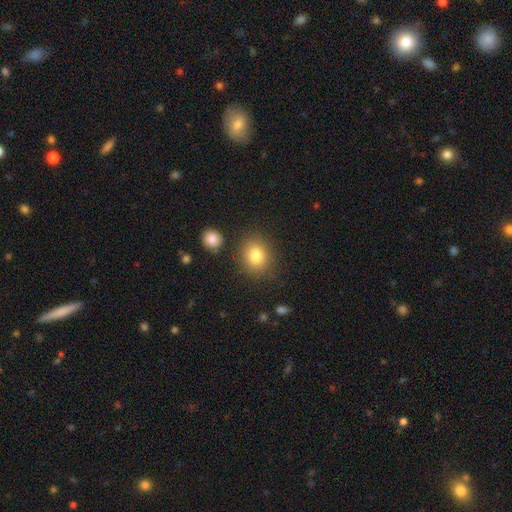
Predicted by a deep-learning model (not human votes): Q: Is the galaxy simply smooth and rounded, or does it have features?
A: smooth — 82%.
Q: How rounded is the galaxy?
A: round — 67%.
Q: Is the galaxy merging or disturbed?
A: none — 82%.